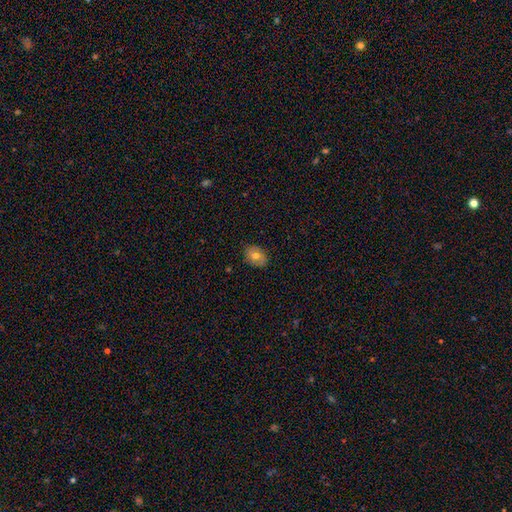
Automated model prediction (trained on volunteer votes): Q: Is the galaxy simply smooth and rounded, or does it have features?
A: smooth — 75%.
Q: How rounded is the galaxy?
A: in between — 70%.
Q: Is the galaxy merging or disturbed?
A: none — 86%.